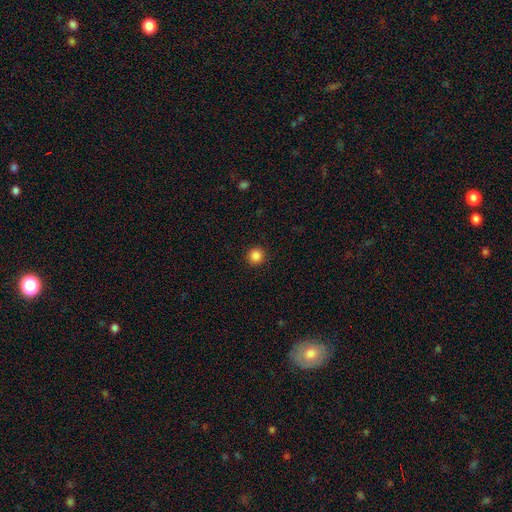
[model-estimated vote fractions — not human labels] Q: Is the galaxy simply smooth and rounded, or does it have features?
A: smooth — 87%.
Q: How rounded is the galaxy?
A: round — 95%.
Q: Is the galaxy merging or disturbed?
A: none — 93%.